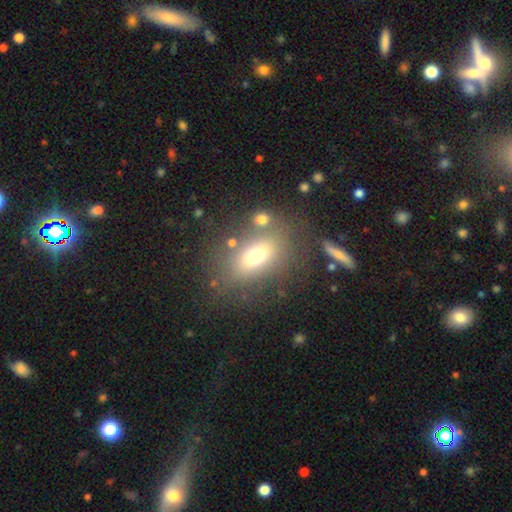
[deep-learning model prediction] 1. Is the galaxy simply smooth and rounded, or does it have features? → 68% smooth, 19% featured or disk, 13% star or artifact.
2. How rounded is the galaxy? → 77% in between, 18% round, 5% cigar-shaped.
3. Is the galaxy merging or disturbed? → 70% none, 13% minor disturbance, 10% merger, 7% major disturbance.